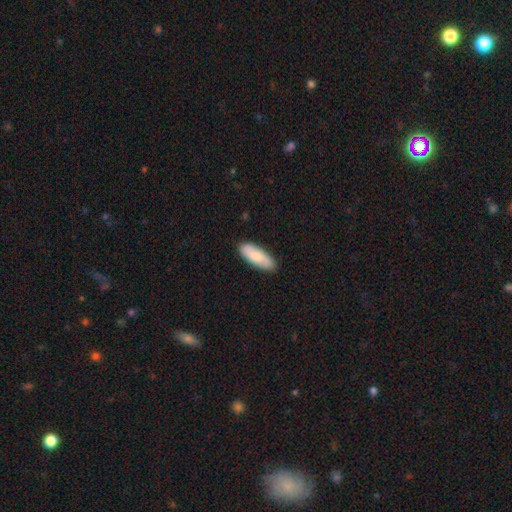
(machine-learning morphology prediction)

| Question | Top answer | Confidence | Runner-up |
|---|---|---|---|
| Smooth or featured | smooth | 80% | featured or disk (15%) |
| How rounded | in between | 68% | cigar-shaped (30%) |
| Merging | none | 86% | minor disturbance (11%) |